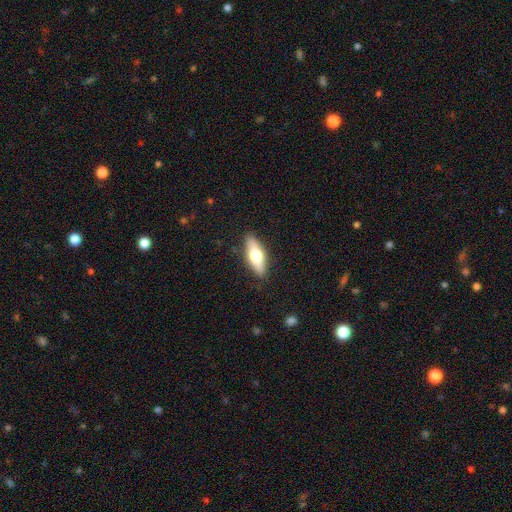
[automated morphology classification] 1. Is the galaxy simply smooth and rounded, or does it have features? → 58% smooth, 36% featured or disk, 6% star or artifact.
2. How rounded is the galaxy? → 61% in between, 36% cigar-shaped, 3% round.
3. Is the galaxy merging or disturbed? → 88% none, 9% minor disturbance, 2% major disturbance, 1% merger.